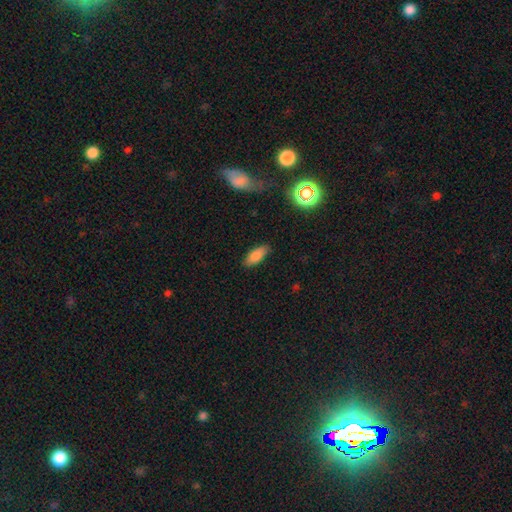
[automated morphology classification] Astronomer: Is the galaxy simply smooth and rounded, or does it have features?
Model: smooth — 83%.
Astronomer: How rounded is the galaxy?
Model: in between — 78%.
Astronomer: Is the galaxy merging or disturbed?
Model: none — 85%.